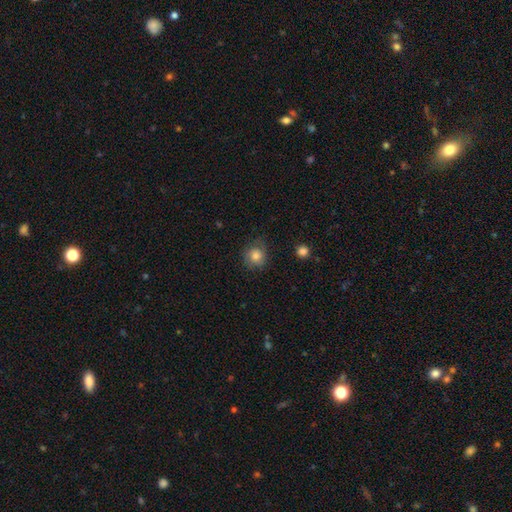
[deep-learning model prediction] Q: Smooth or featured?
A: smooth (75%); runner-up: featured or disk (16%)
Q: How rounded?
A: round (82%); runner-up: in between (17%)
Q: Merging?
A: none (70%); runner-up: minor disturbance (21%)